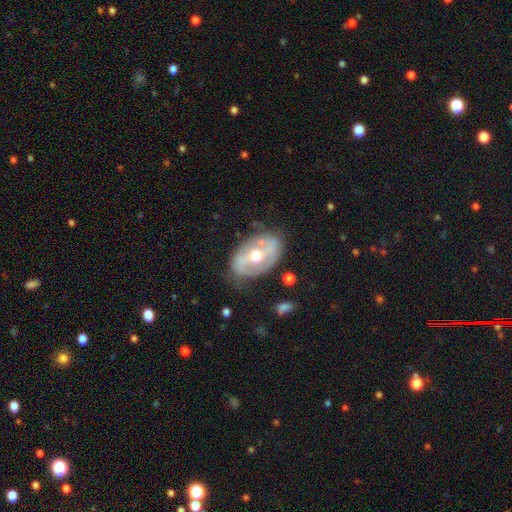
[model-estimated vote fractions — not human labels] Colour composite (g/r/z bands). It shows a featured or disk galaxy (71%) with a strong bar (34%, tied with weak), spiral arms (54%) and a moderate central bulge (72%). Merging: none (73%).